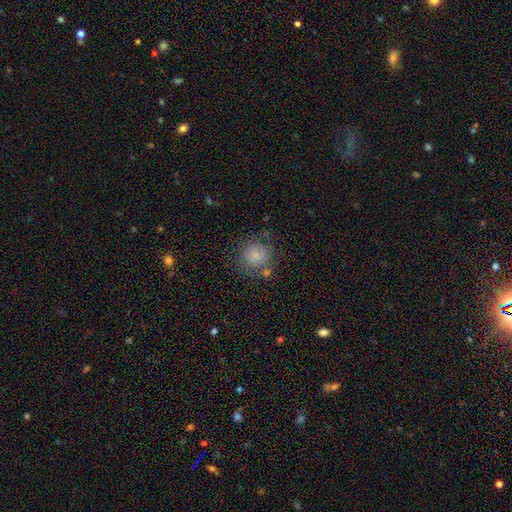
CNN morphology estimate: A smooth galaxy with no disk features (81%) that is round (92%).

Vote fractions:
- Smooth or featured? smooth: 81% / star or artifact: 11% / featured or disk: 8%
- How rounded? round: 92% / in between: 8% / cigar-shaped: 1%
- Merging? none: 73% / minor disturbance: 14% / merger: 8% / major disturbance: 6%